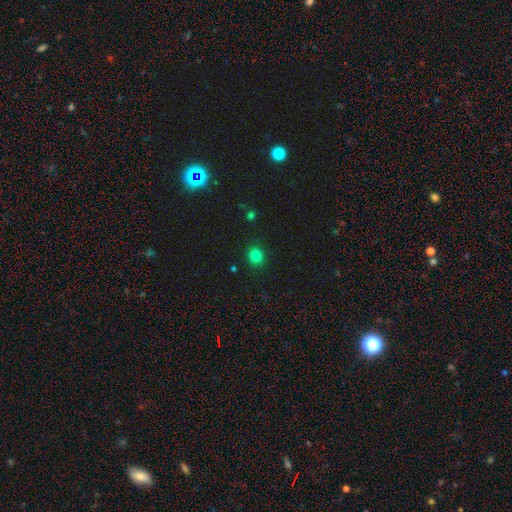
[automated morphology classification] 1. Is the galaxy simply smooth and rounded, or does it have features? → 82% smooth, 14% star or artifact, 4% featured or disk.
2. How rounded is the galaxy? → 84% round, 15% in between, 1% cigar-shaped.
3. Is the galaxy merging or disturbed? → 90% none, 7% minor disturbance, 2% major disturbance, 1% merger.